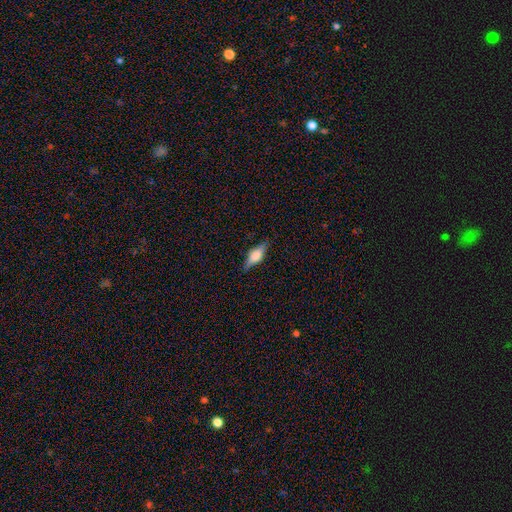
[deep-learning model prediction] The model was most divided on "smooth or featured": featured or disk: 57%, smooth: 35%, star or artifact: 8%. More confident: edge-on disk — yes (95%); merging — none (84%); edge-on bulge — rounded (82%).